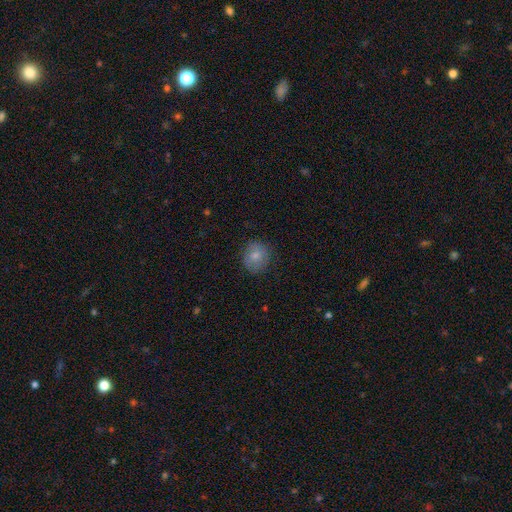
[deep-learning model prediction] The model was most divided on "how rounded": round: 79%, in between: 20%, cigar-shaped: 1%. More confident: merging — none (80%); smooth or featured — smooth (79%).